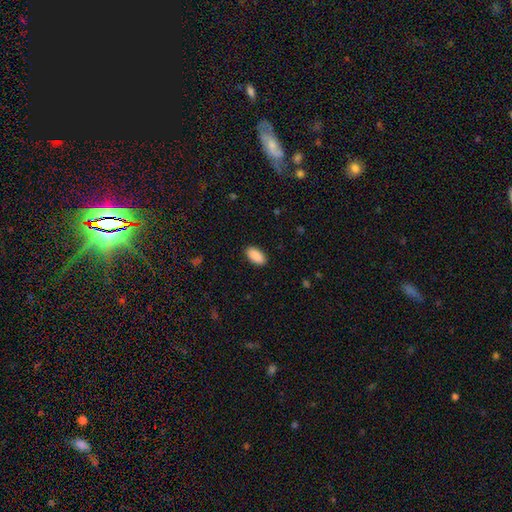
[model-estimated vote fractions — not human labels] smooth_or_featured: smooth (p=0.91) [alt: star or artifact p=0.06]
how_rounded: in between (p=0.94) [alt: cigar-shaped p=0.04]
merging: none (p=0.90) [alt: minor disturbance p=0.07]